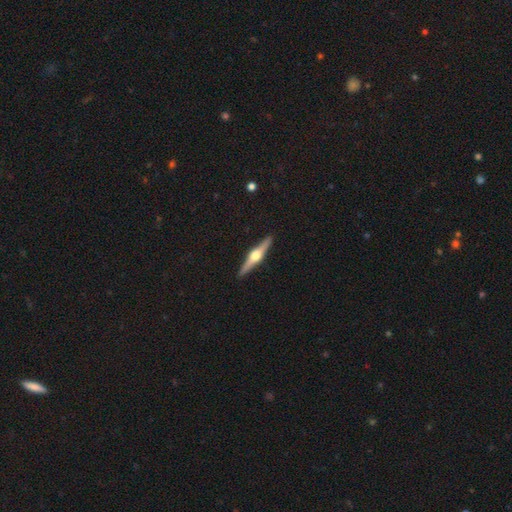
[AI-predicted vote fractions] Smooth or featured? featured or disk (79%)
Edge-on disk? yes (98%)
Edge-on bulge? rounded (96%)
Merging? none (92%)